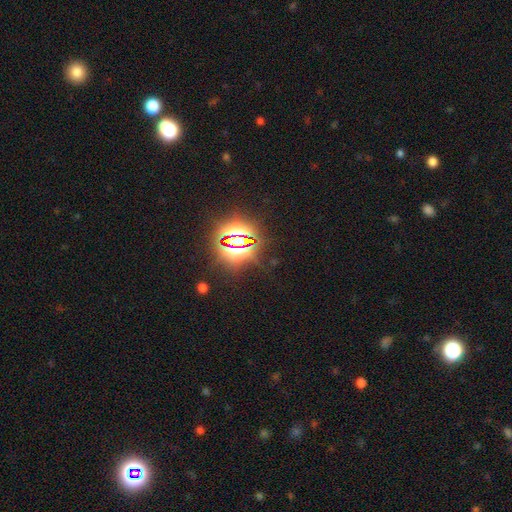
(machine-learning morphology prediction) star or artifact 80%, smooth 12%, featured or disk 8%.